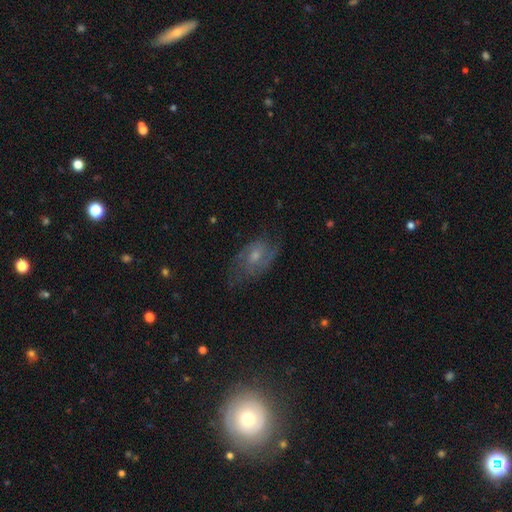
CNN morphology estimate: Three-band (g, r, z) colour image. It shows a featured or disk galaxy (66%) with no bar (62%), 2 (58%) medium (46%) spiral arms (85%) and a moderate central bulge (48%). Merging: none (63%).